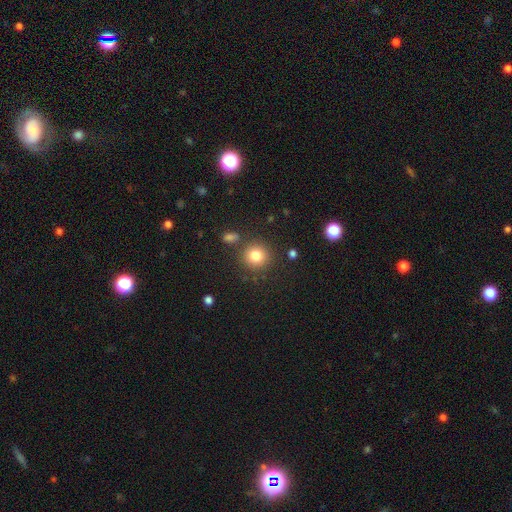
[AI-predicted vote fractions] This appears to be a smooth galaxy with no disk features (81%) that is round (91%). Merging: none (84%).